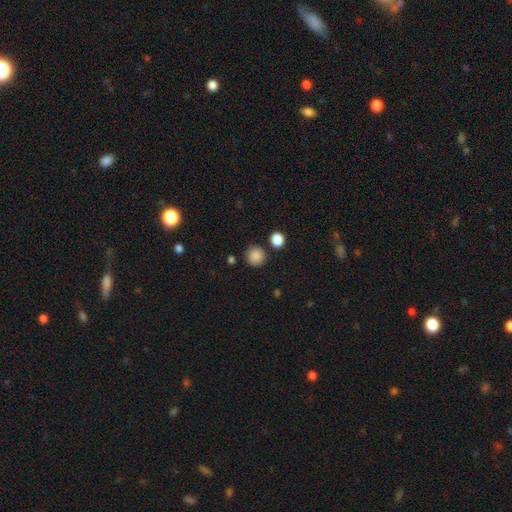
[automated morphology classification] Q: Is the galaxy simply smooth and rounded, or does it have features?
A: smooth — 86%.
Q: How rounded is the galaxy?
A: round — 94%.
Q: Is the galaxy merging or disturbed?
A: none — 86%.